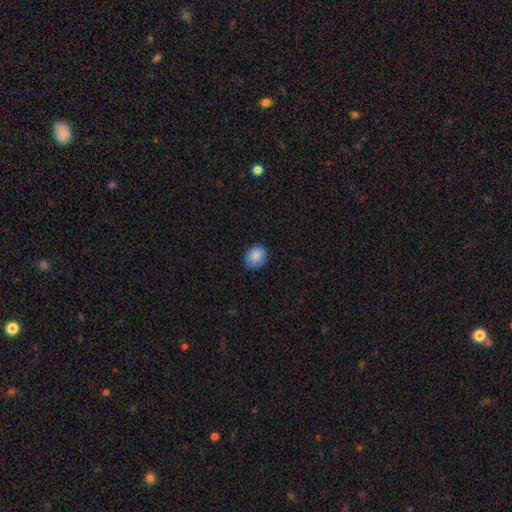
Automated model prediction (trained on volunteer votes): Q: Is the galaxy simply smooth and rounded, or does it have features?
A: smooth — 87%.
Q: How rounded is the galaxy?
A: round — 58%.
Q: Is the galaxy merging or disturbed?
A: none — 83%.